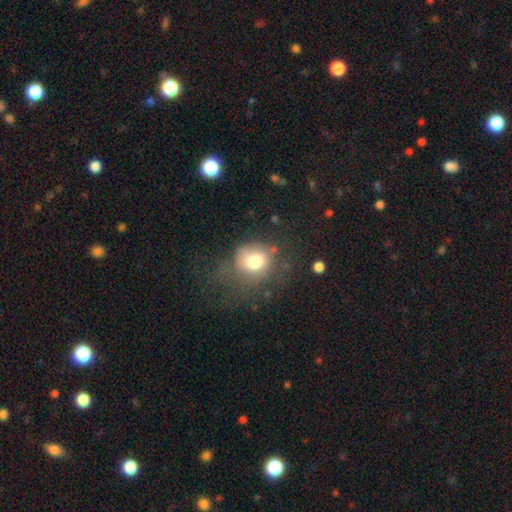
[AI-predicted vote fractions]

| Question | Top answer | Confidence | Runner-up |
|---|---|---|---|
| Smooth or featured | smooth | 71% | featured or disk (15%) |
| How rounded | round | 70% | in between (29%) |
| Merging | none | 48% | minor disturbance (25%) |